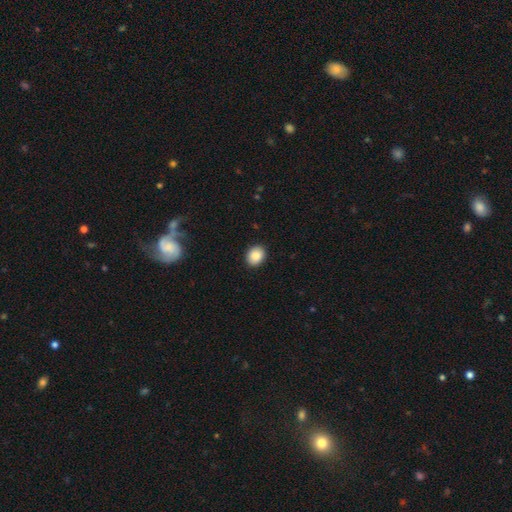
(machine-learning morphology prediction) Smooth or featured? smooth (89%)
How rounded? in between (58%)
Merging? none (90%)